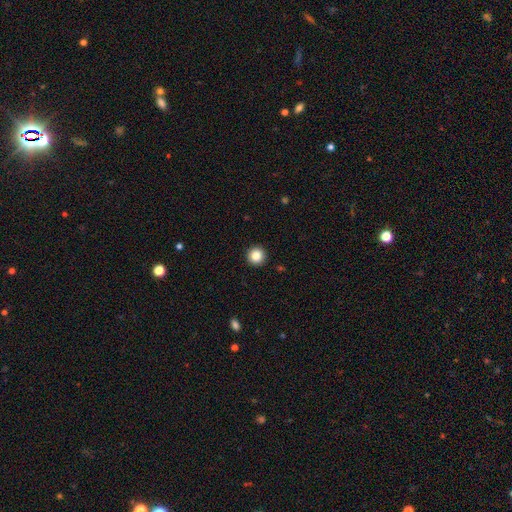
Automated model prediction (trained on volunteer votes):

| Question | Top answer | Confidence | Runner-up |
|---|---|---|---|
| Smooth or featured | smooth | 85% | star or artifact (10%) |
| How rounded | round | 96% | in between (3%) |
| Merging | none | 94% | minor disturbance (4%) |